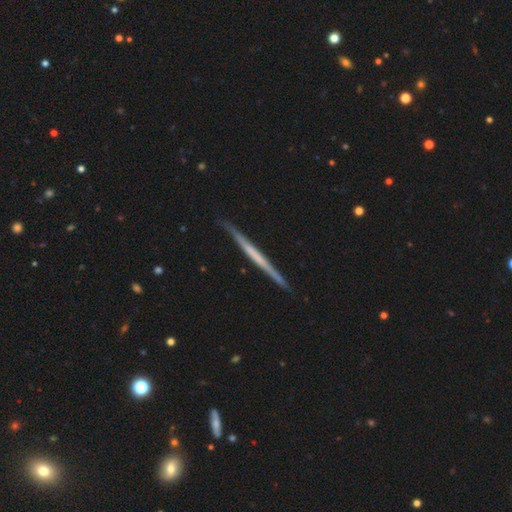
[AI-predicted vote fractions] Smooth or featured? featured or disk (64%)
Edge-on disk? yes (98%)
Edge-on bulge? none (85%)
Merging? none (90%)